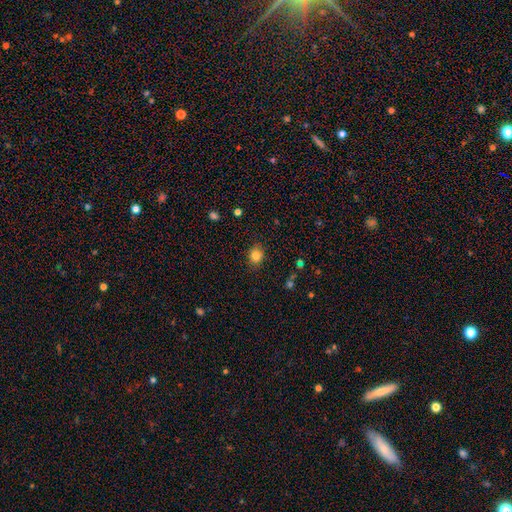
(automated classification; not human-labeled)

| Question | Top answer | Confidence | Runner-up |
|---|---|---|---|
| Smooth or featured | smooth | 83% | star or artifact (11%) |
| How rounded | round | 61% | in between (38%) |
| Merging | none | 85% | minor disturbance (11%) |